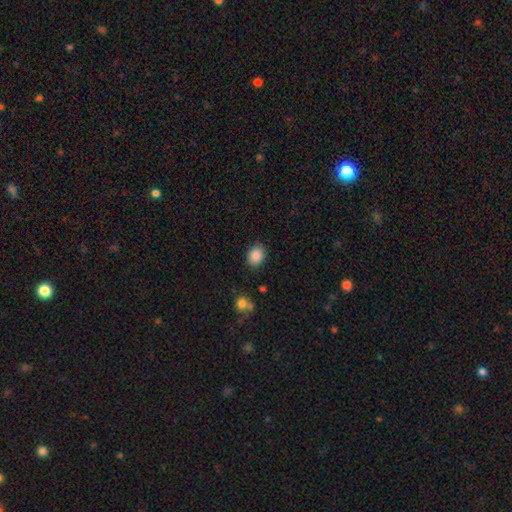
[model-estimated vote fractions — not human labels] This appears to be a smooth galaxy with no disk features (88%) that is in between round and cigar-shaped (57%). Merging: none (86%).